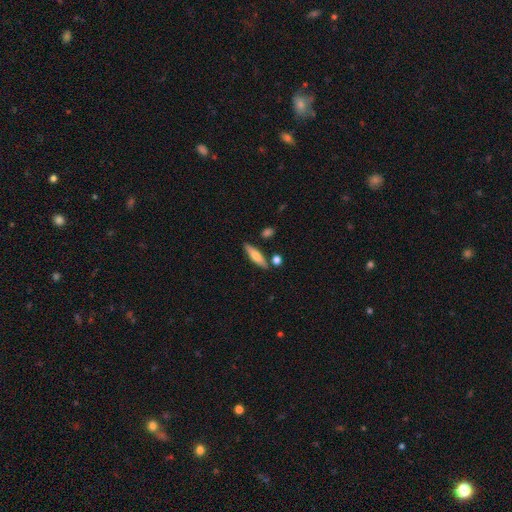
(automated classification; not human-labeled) Smooth or featured: smooth — 60% (featured or disk — 34%)
How rounded: cigar-shaped — 71% (in between — 26%)
Merging: none — 82% (minor disturbance — 10%)